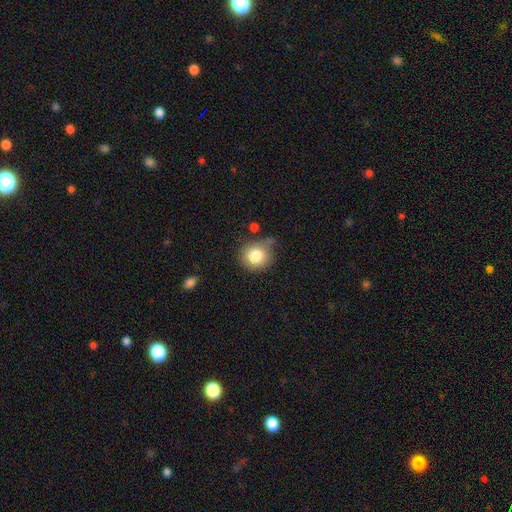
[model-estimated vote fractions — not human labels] This appears to be a smooth galaxy with no disk features (82%) that is round (87%). Merging: none (64%).